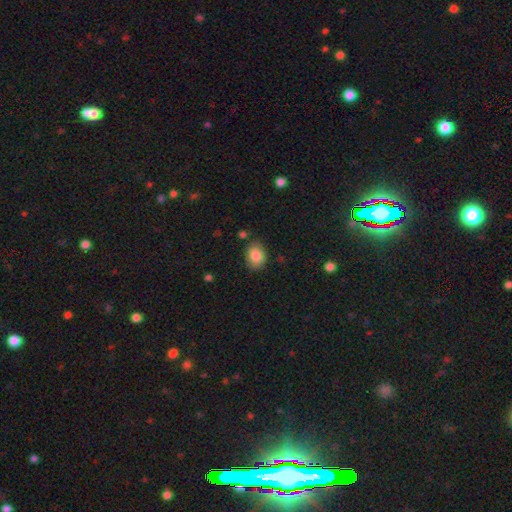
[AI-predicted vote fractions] A smooth galaxy with no disk features (85%) that is in between round and cigar-shaped (64%).

Vote fractions:
- Smooth or featured? smooth: 85% / star or artifact: 8% / featured or disk: 7%
- How rounded? in between: 64% / round: 35% / cigar-shaped: 1%
- Merging? none: 80% / minor disturbance: 15% / major disturbance: 3% / merger: 2%